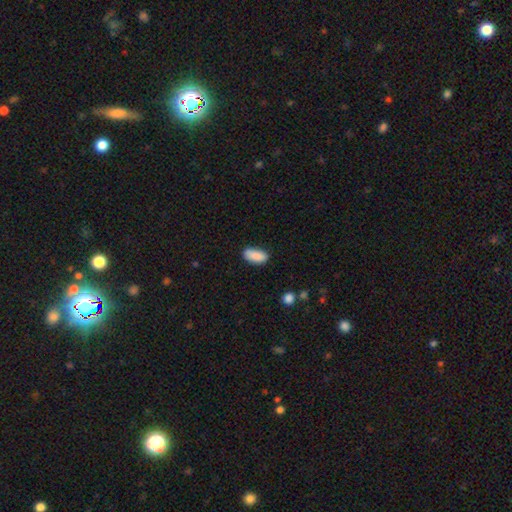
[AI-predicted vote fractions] A smooth galaxy with no disk features (89%) that is in between round and cigar-shaped (88%). Merging: none (77%).